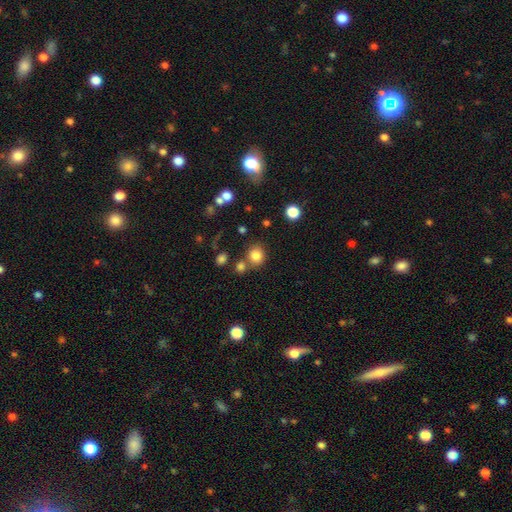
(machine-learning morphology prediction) Smooth or featured? smooth (82%)
How rounded? round (82%)
Merging? none (68%)